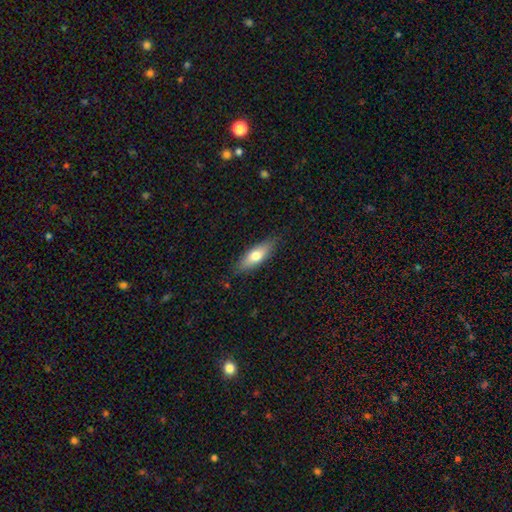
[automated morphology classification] This appears to be a smooth galaxy with no disk features (65%) that is in between round and cigar-shaped (57%). Merging: none (84%).